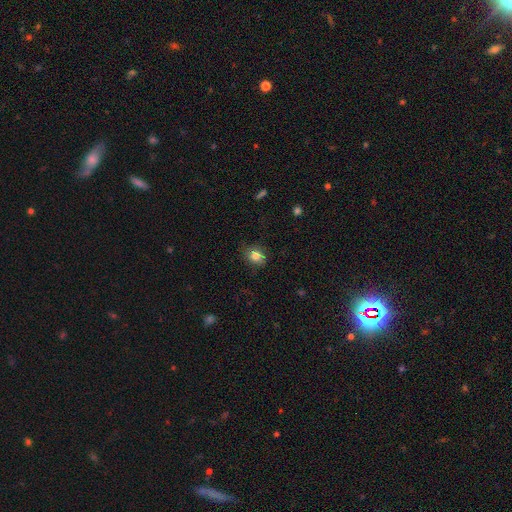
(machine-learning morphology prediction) The model was most divided on "how rounded": round: 54%, in between: 45%, cigar-shaped: 1%. More confident: smooth or featured — smooth (81%); merging — none (76%).